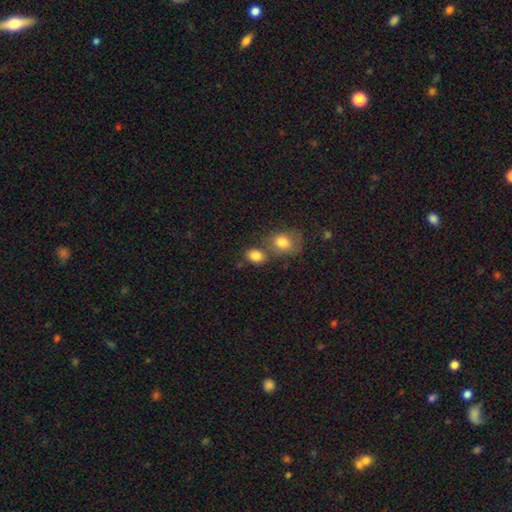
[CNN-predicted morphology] This appears to be a smooth galaxy with no disk features (83%) that is in between round and cigar-shaped (60%). Merging: none (52%).